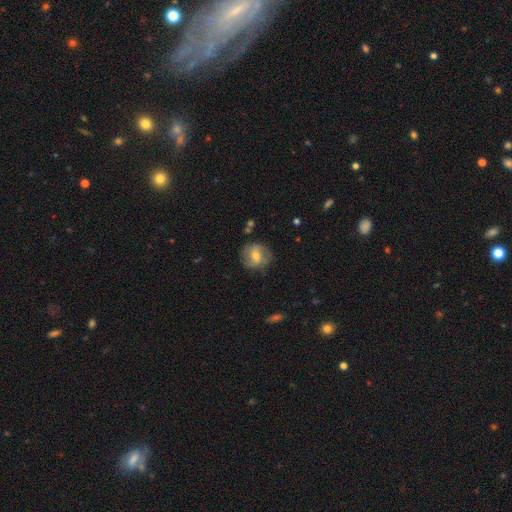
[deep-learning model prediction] Morphology: type=featured or disk (54%); edge-on=no (96%); bar=weak (47%); spiral arms=yes (75%); bulge=moderate (62%); merging=none (72%).